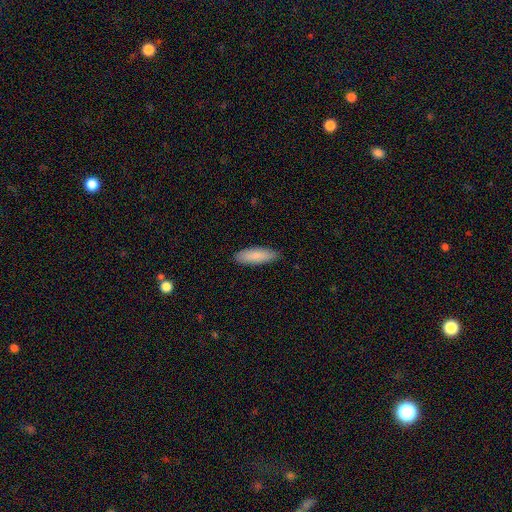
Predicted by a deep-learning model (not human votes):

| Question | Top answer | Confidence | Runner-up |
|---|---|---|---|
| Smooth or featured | smooth | 87% | featured or disk (8%) |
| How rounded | in between | 53% | cigar-shaped (46%) |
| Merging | none | 87% | minor disturbance (11%) |